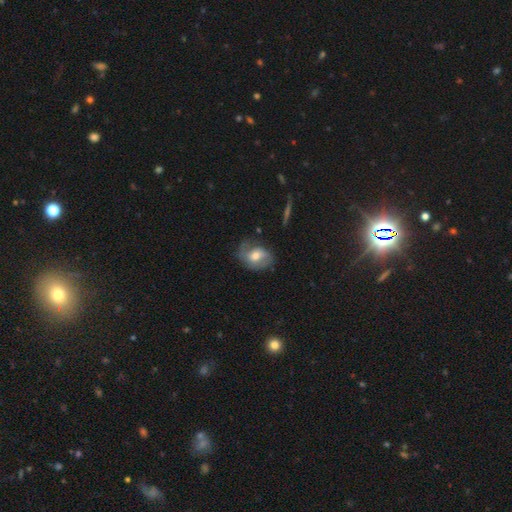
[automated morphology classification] smooth_or_featured: featured or disk (p=0.52) [alt: smooth p=0.41]
disk_edge_on: no (p=0.95) [alt: yes p=0.05]
merging: none (p=0.55) [alt: minor disturbance p=0.29]